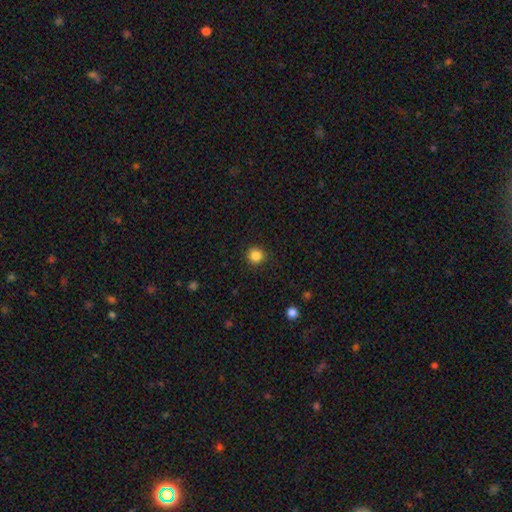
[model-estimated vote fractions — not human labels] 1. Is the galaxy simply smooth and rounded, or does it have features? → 85% smooth, 11% star or artifact, 4% featured or disk.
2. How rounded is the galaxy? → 92% round, 7% in between, 1% cigar-shaped.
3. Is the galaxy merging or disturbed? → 90% none, 7% minor disturbance, 2% major disturbance, 1% merger.